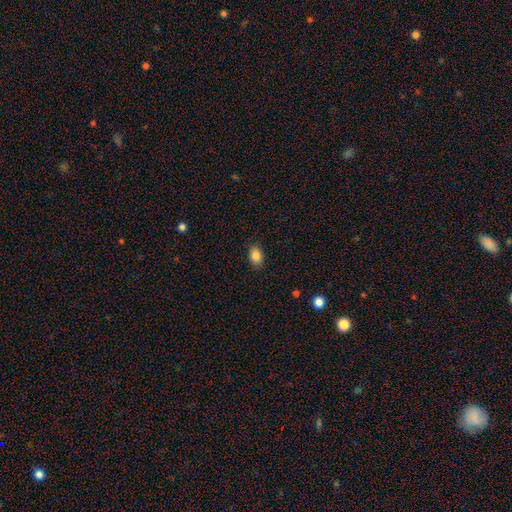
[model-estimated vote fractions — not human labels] A smooth galaxy with no disk features (86%) that is in between round and cigar-shaped (80%).

Vote fractions:
- Smooth or featured? smooth: 86% / star or artifact: 9% / featured or disk: 5%
- How rounded? in between: 80% / round: 19% / cigar-shaped: 1%
- Merging? none: 86% / minor disturbance: 11% / major disturbance: 2% / merger: 1%